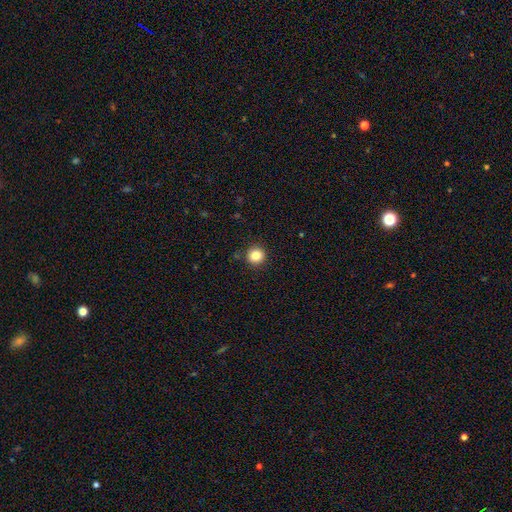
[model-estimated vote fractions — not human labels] A smooth galaxy with no disk features (84%) that is round (95%).

Vote fractions:
- Smooth or featured? smooth: 84% / star or artifact: 11% / featured or disk: 5%
- How rounded? round: 95% / in between: 5% / cigar-shaped: 1%
- Merging? none: 90% / minor disturbance: 7% / major disturbance: 2% / merger: 1%